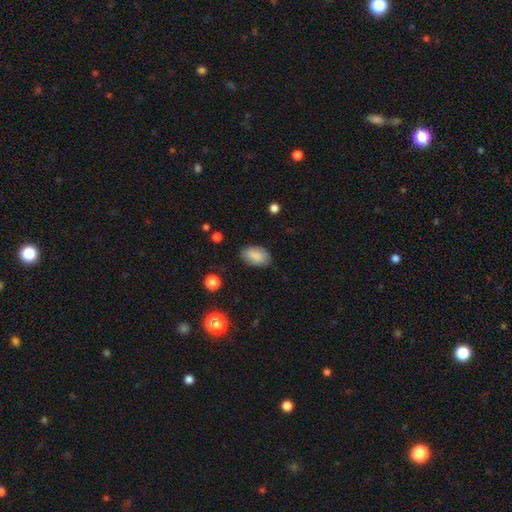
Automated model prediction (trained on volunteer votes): Smooth or featured? Predicted: smooth (p=0.87). How rounded? Predicted: in between (p=0.92). Merging? Predicted: none (p=0.79).